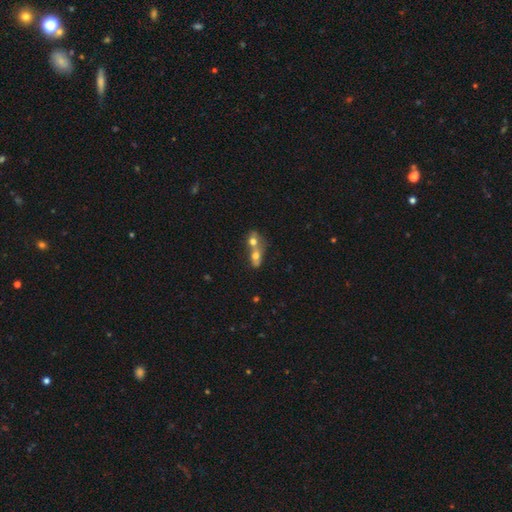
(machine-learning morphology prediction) The model was most divided on "how rounded": in between: 49%, round: 45%, cigar-shaped: 6%. More confident: merging — merger (75%); smooth or featured — smooth (62%).